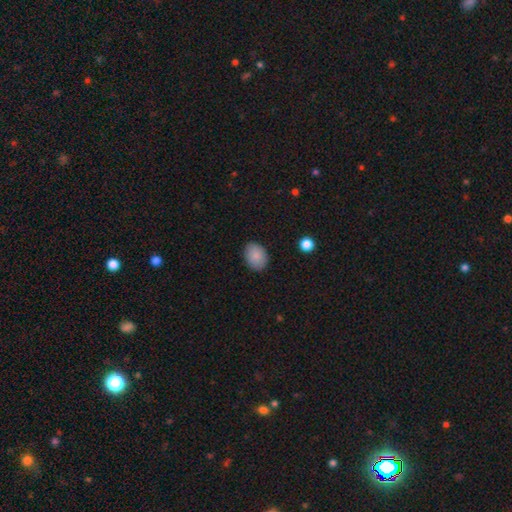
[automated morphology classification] Smooth or featured?
  - smooth: 87% *
  - star or artifact: 7%
  - featured or disk: 5%
How rounded?
  - in between: 70% *
  - round: 29%
  - cigar-shaped: 1%
Merging?
  - none: 87% *
  - minor disturbance: 10%
  - major disturbance: 2%
  - merger: 1%